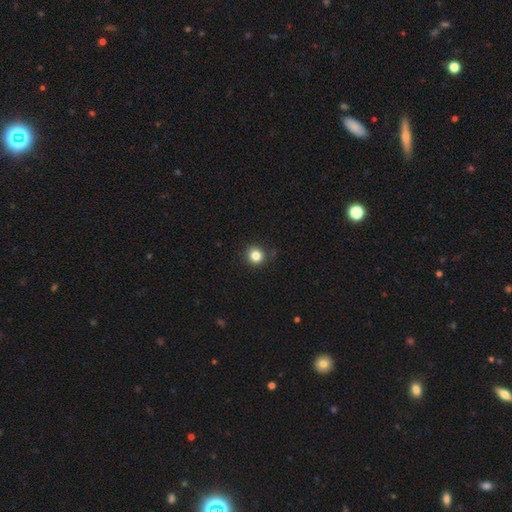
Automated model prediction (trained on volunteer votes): A smooth galaxy with no disk features (83%) that is round (93%). Merging: none (88%).